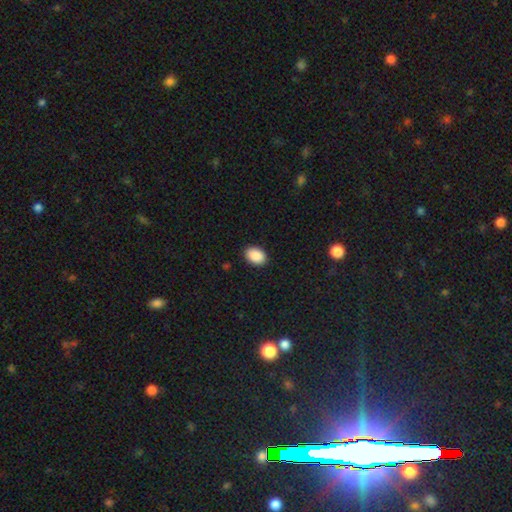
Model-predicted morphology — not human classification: Smooth or featured? smooth (90%)
How rounded? in between (81%)
Merging? none (90%)